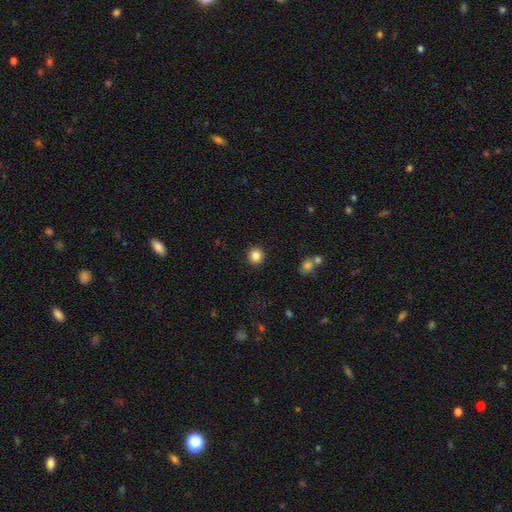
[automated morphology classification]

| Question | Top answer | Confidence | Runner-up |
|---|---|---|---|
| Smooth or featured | smooth | 85% | star or artifact (10%) |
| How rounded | round | 90% | in between (9%) |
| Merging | none | 91% | minor disturbance (5%) |